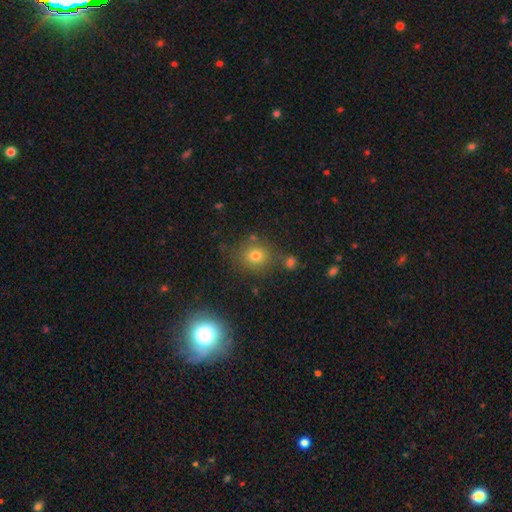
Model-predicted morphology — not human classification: smooth-or-featured: smooth: 74% | star or artifact: 15% | featured or disk: 11%
  how-rounded: round: 83% | in between: 16% | cigar-shaped: 1%
  merging: none: 74% | minor disturbance: 12% | merger: 9% | major disturbance: 5%